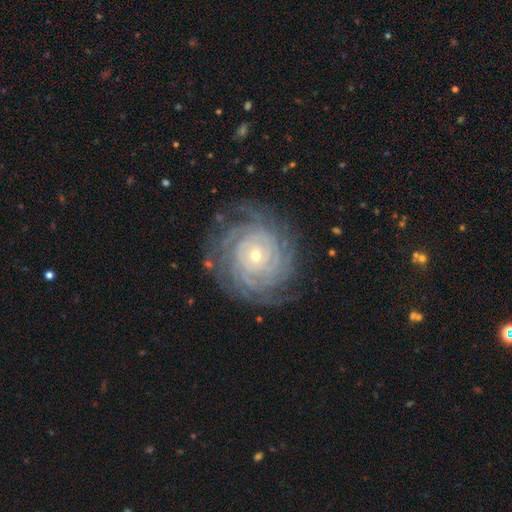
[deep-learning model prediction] The model was most divided on "spiral arm count": more than 4: 27%, 4: 22%, can't tell: 21%, 3: 13%, 2: 10%, 1: 8%. More confident: spiral arms — yes (98%); edge-on disk — no (97%); smooth or featured — featured or disk (90%); spiral winding — tight (88%); merging — none (81%); bar — no (73%); bulge size — small (71%).